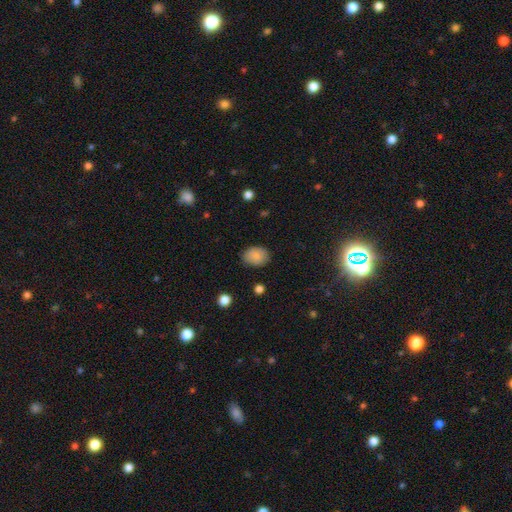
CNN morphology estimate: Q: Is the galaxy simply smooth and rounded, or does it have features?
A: smooth — 86%.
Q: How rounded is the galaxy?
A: in between — 59%.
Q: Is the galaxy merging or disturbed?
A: none — 83%.